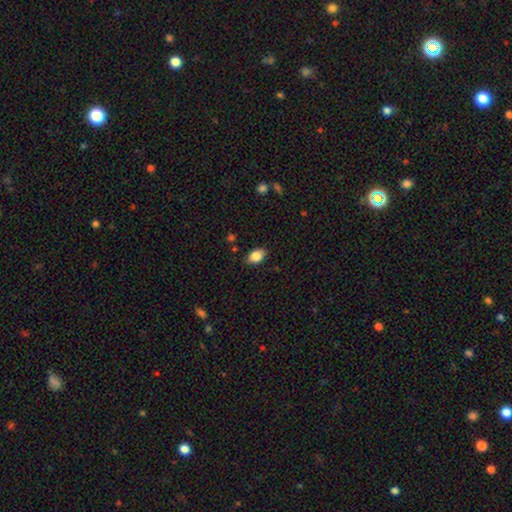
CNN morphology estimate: Q: Smooth or featured?
A: smooth (86%); runner-up: star or artifact (8%)
Q: How rounded?
A: in between (87%); runner-up: round (11%)
Q: Merging?
A: none (84%); runner-up: minor disturbance (12%)